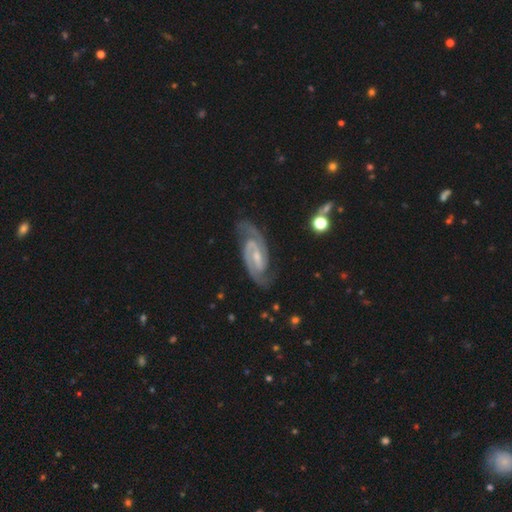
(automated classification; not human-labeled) Overall: featured or disk (93%). Edge-on disk: no (97%). Bar: weak (48%; strong 33%). Spiral arms: yes (99%). Spiral arm count: 2 (93%). Spiral winding: tight (47%; medium 46%). Bulge size: small (58%; moderate 31%). Merging: none (80%).